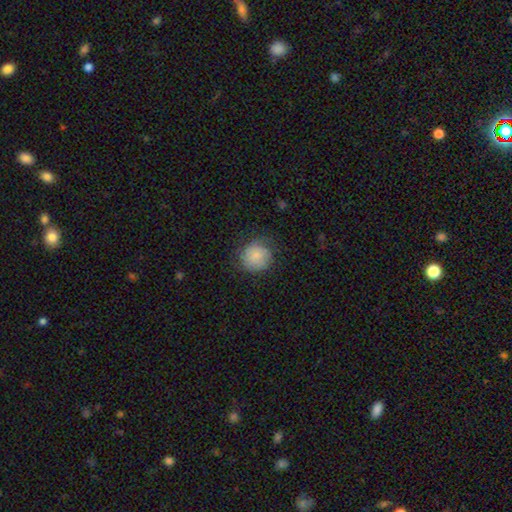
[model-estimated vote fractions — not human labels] Smooth or featured?
  - smooth: 79% *
  - featured or disk: 14%
  - star or artifact: 7%
How rounded?
  - round: 88% *
  - in between: 11%
  - cigar-shaped: 1%
Merging?
  - none: 69% *
  - minor disturbance: 21%
  - major disturbance: 9%
  - merger: 1%